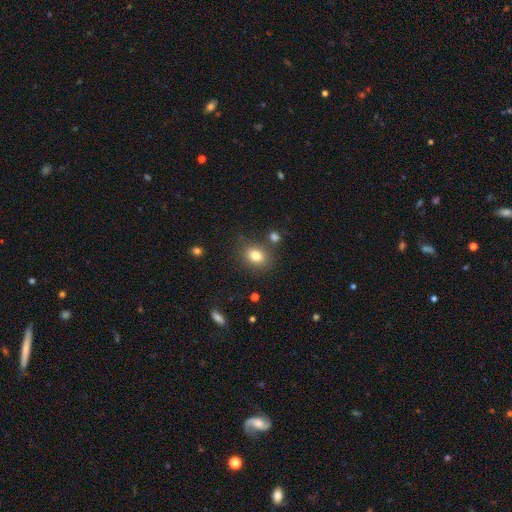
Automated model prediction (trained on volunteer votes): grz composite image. It shows a smooth galaxy with no disk features (80%) that is in between round and cigar-shaped (59%). Merging: none (78%).